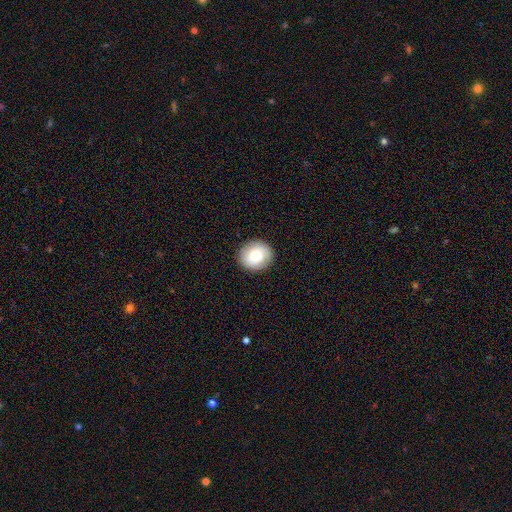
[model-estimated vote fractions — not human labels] A smooth galaxy with no disk features (74%) that is round (84%).

Vote fractions:
- Smooth or featured? smooth: 74% / featured or disk: 17% / star or artifact: 8%
- How rounded? round: 84% / in between: 16% / cigar-shaped: 1%
- Merging? none: 89% / minor disturbance: 8% / major disturbance: 2% / merger: 1%